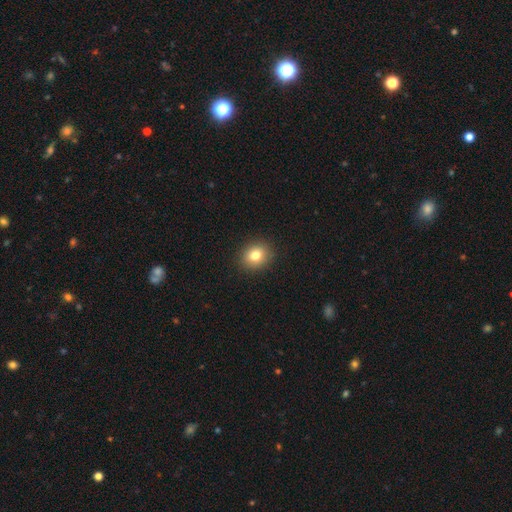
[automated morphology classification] The model was most divided on "how rounded": round: 64%, in between: 35%, cigar-shaped: 1%. More confident: merging — none (90%); smooth or featured — smooth (80%).